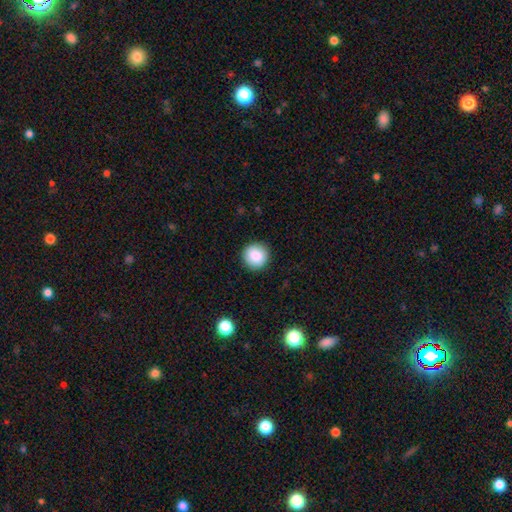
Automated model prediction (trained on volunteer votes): This is clearly a smooth galaxy (87%). How rounded: clearly round (94%). Merging: clearly none (91%).